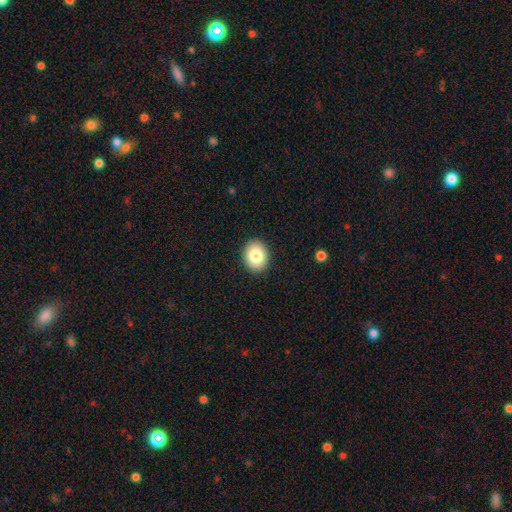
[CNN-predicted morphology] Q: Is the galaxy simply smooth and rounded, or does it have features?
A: smooth — 82%.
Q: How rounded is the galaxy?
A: round — 53%.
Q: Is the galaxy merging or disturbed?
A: none — 91%.